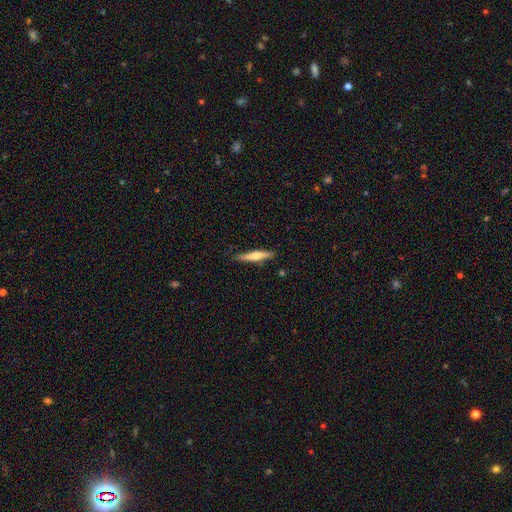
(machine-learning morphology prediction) smooth_or_featured: featured or disk (p=0.51) [alt: smooth p=0.44]
disk_edge_on: yes (p=0.96) [alt: no p=0.04]
merging: none (p=0.87) [alt: minor disturbance p=0.09]